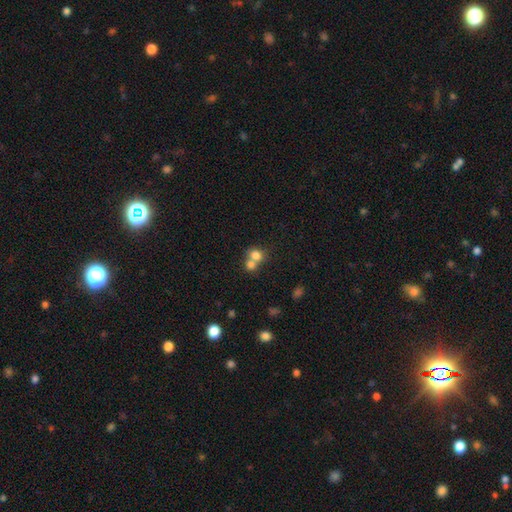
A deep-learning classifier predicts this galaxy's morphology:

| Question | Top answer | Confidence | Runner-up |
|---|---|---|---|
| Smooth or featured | smooth | 77% | featured or disk (12%) |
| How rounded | round | 71% | in between (28%) |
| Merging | merger | 60% | none (31%) |